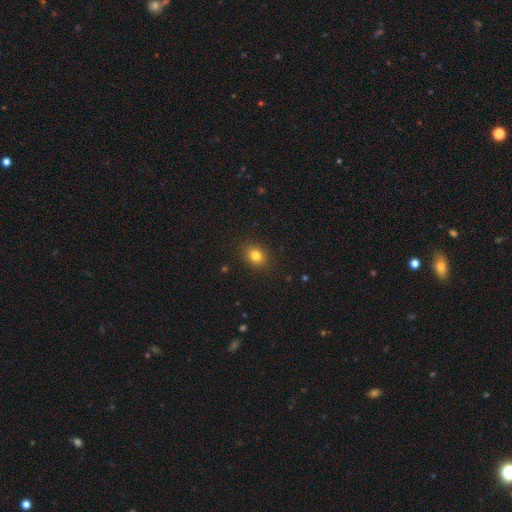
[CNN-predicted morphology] Smooth or featured? Predicted: smooth (p=0.81). How rounded? Predicted: round (p=0.50). Merging? Predicted: none (p=0.89).